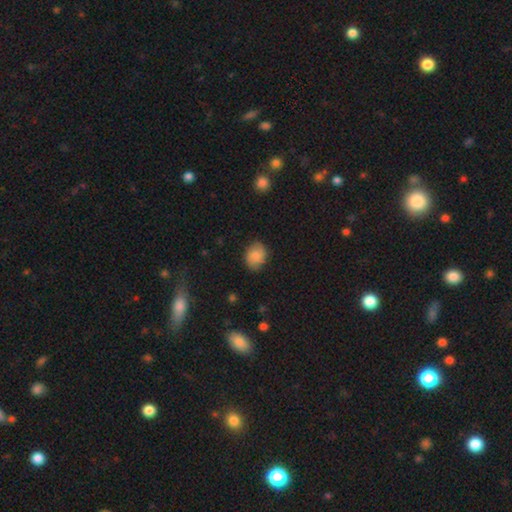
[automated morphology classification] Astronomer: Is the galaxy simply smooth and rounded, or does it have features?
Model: smooth — 78%.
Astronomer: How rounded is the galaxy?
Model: in between — 51% (runner-up: round, 48%).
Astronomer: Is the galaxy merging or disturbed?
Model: none — 79%.